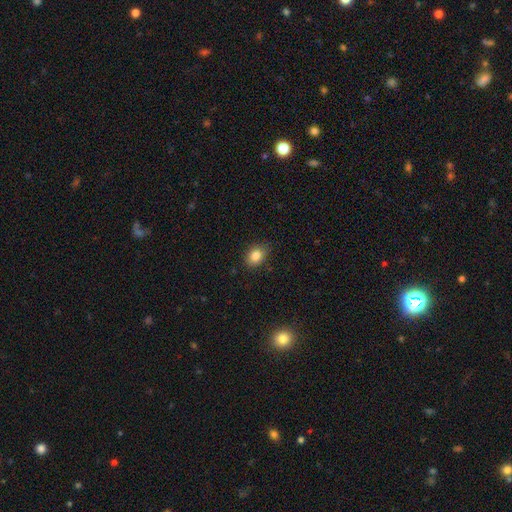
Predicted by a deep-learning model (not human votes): Smooth or featured? Predicted: smooth (p=0.84). How rounded? Predicted: in between (p=0.68). Merging? Predicted: none (p=0.83).